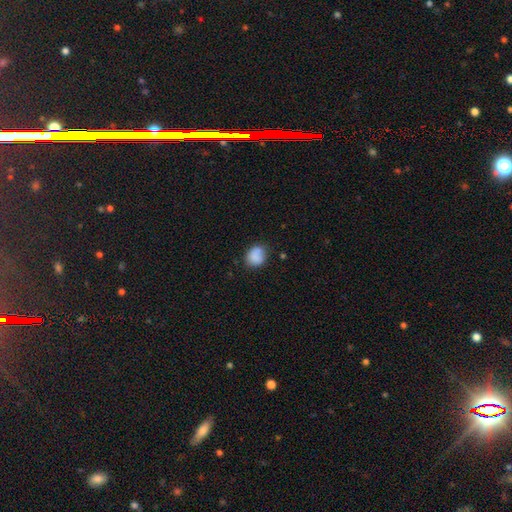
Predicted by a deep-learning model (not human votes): Smooth or featured: smooth — 83% (star or artifact — 9%)
How rounded: round — 60% (in between — 39%)
Merging: none — 67% (minor disturbance — 23%)